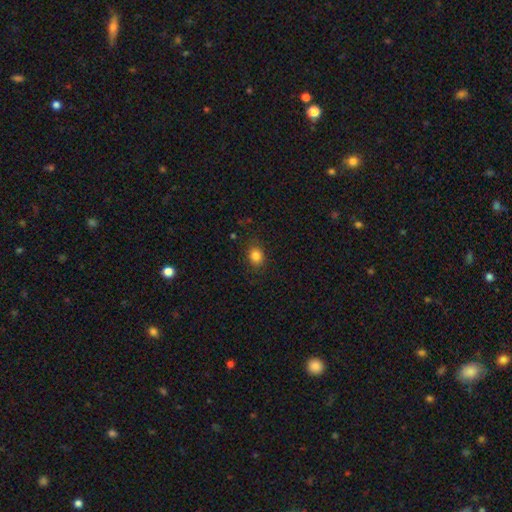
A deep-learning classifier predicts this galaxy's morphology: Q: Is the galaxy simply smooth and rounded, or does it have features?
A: smooth — 84%.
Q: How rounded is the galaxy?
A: round — 59%.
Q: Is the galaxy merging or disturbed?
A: none — 85%.